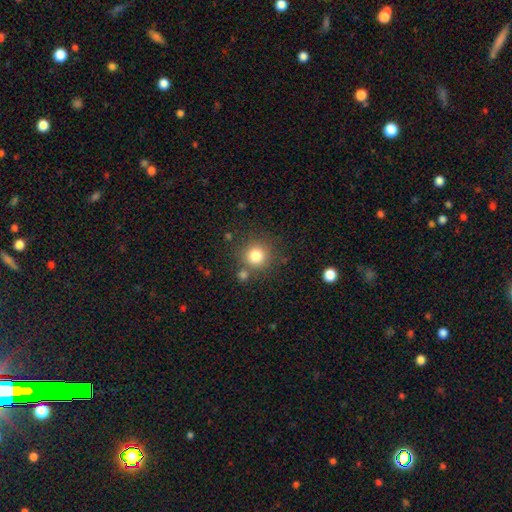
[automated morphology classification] smooth_or_featured: smooth (p=0.81) [alt: star or artifact p=0.12]
how_rounded: round (p=0.94) [alt: in between p=0.05]
merging: none (p=0.78) [alt: merger p=0.09]